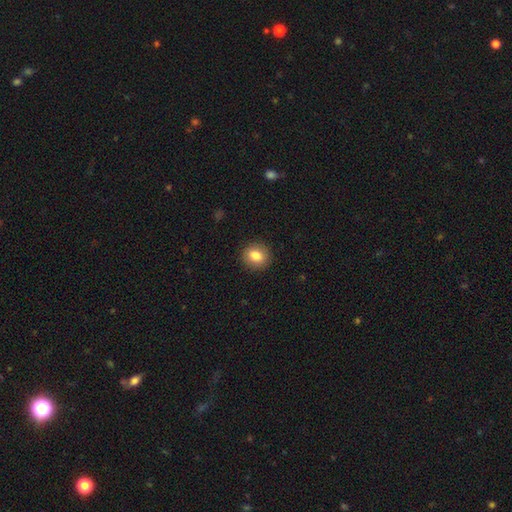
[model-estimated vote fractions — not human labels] This is clearly a smooth galaxy (84%). How rounded: likely round (69%). Merging: clearly none (90%).